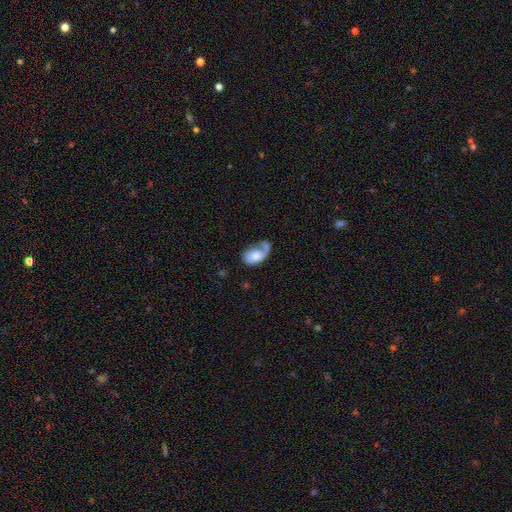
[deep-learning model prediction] This appears to be a smooth galaxy with no disk features (51%) that is in between round and cigar-shaped (87%). Merging: major disturbance (35%).